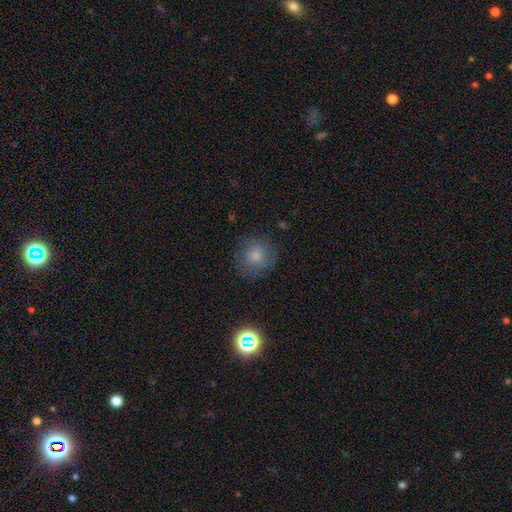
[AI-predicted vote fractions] Q: Smooth or featured?
A: smooth (73%); runner-up: featured or disk (16%)
Q: How rounded?
A: round (88%); runner-up: in between (11%)
Q: Merging?
A: none (76%); runner-up: minor disturbance (16%)